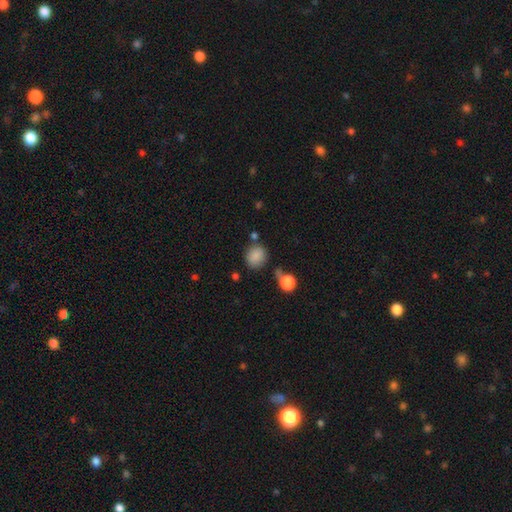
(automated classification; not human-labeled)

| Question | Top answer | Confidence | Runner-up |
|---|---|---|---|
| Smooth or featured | smooth | 84% | star or artifact (10%) |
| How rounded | round | 78% | in between (21%) |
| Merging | none | 73% | minor disturbance (14%) |